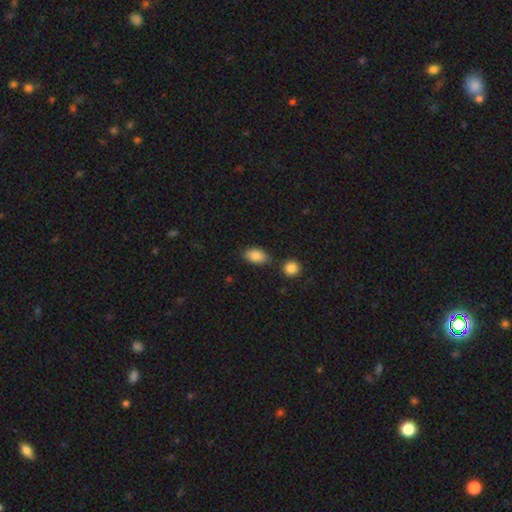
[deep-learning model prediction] A smooth galaxy with no disk features (86%) that is in between round and cigar-shaped (90%).

Vote fractions:
- Smooth or featured? smooth: 86% / star or artifact: 8% / featured or disk: 7%
- How rounded? in between: 90% / round: 8% / cigar-shaped: 2%
- Merging? none: 74% / minor disturbance: 14% / merger: 8% / major disturbance: 4%